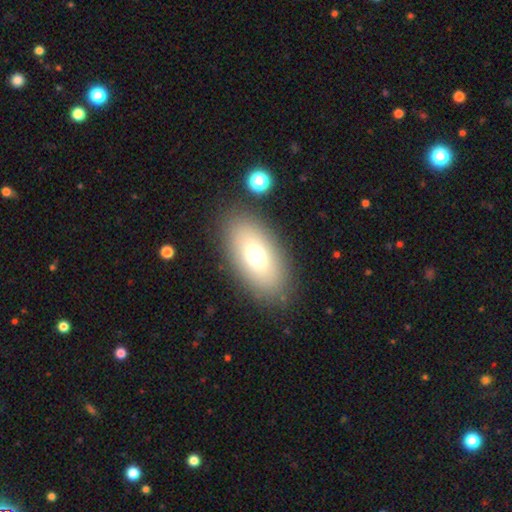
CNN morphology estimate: This is likely a smooth galaxy (70%). How rounded: clearly in between (90%). Merging: clearly none (84%).